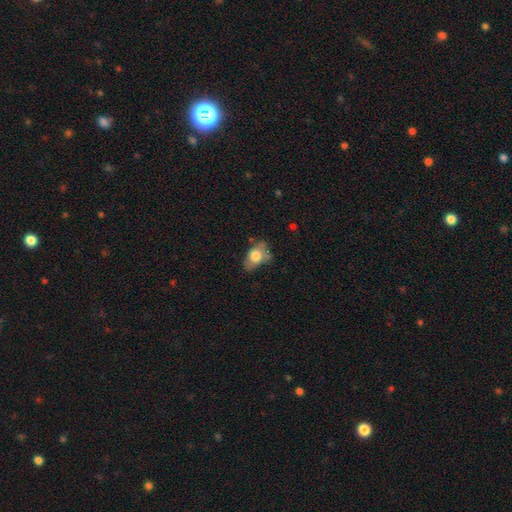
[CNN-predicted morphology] Smooth or featured? smooth (69%)
How rounded? in between (85%)
Merging? none (44%)